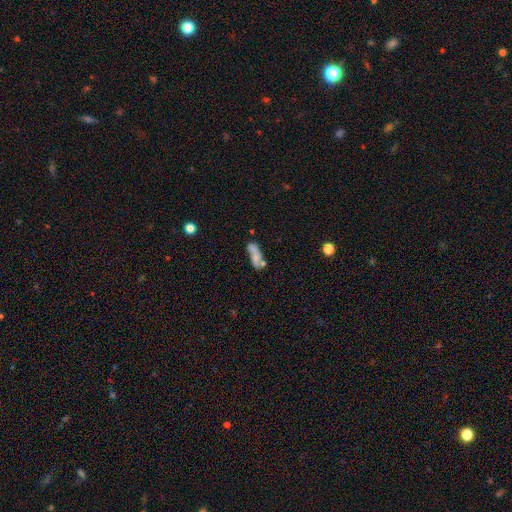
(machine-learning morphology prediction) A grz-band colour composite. It shows a smooth galaxy with no disk features (53%) that is in between round and cigar-shaped (62%). Merging: none (42%).